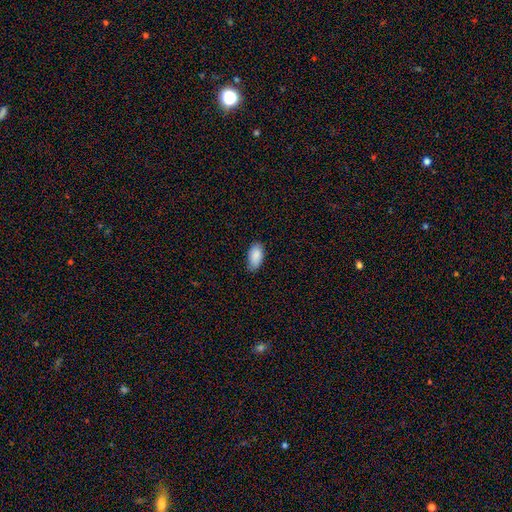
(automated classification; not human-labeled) Morphology: type=smooth (88%); roundness=in between (94%); merging=none (78%).